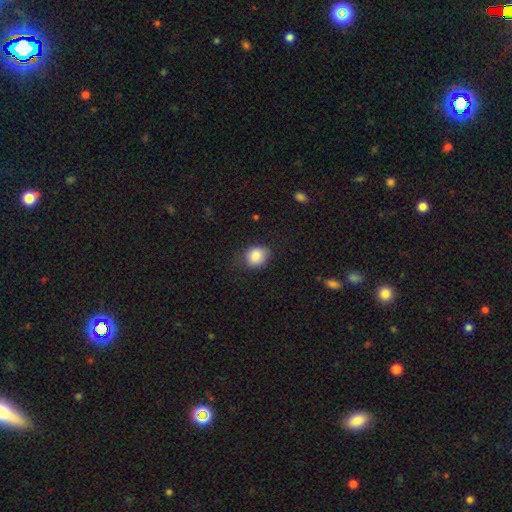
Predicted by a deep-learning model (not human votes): This appears to be a smooth galaxy with no disk features (85%) that is round (67%). Merging: none (72%).